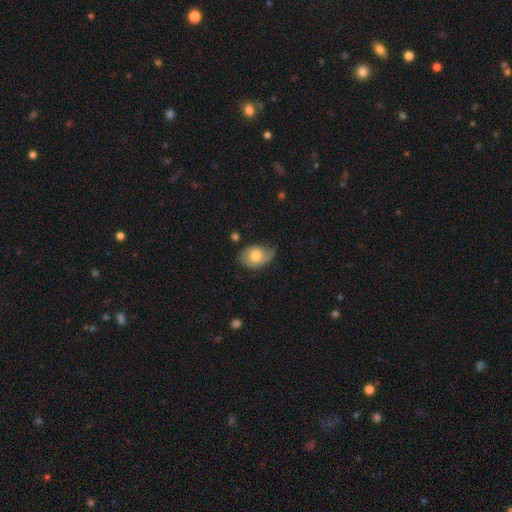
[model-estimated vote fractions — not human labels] smooth_or_featured: smooth (p=0.57) [alt: featured or disk p=0.36]
how_rounded: in between (p=0.74) [alt: round p=0.25]
merging: none (p=0.42) [alt: minor disturbance p=0.38]